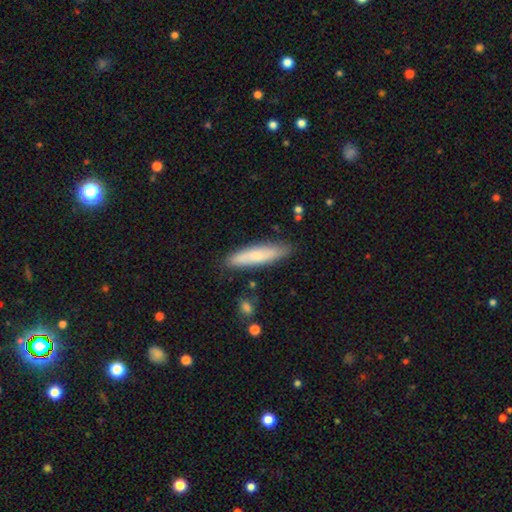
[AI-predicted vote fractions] This is likely a smooth galaxy (69%). How rounded: clearly cigar-shaped (80%). Merging: clearly none (85%).